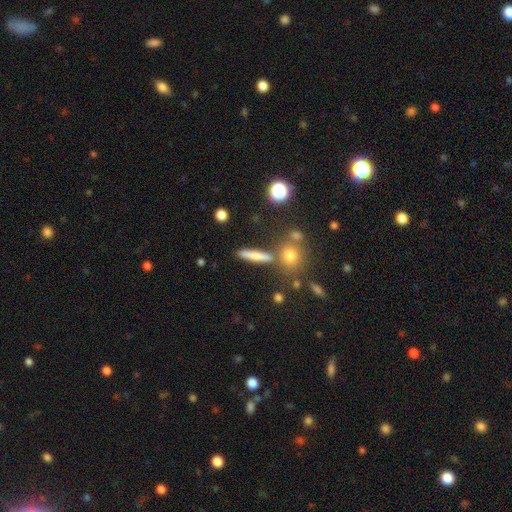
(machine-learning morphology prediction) A smooth galaxy with no disk features (72%) that is cigar-shaped (80%).

Vote fractions:
- Smooth or featured? smooth: 72% / featured or disk: 17% / star or artifact: 11%
- How rounded? cigar-shaped: 80% / in between: 13% / round: 7%
- Merging? none: 79% / minor disturbance: 9% / merger: 9% / major disturbance: 3%